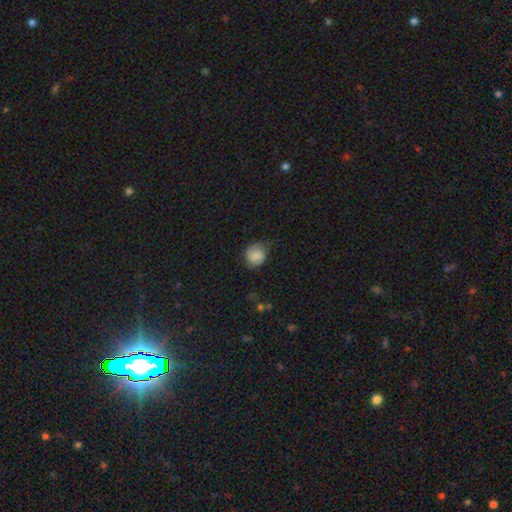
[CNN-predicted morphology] Smooth or featured?
  - smooth: 73% *
  - featured or disk: 18%
  - star or artifact: 8%
How rounded?
  - round: 73% *
  - in between: 26%
  - cigar-shaped: 1%
Merging?
  - none: 49% *
  - minor disturbance: 35%
  - major disturbance: 15%
  - merger: 2%